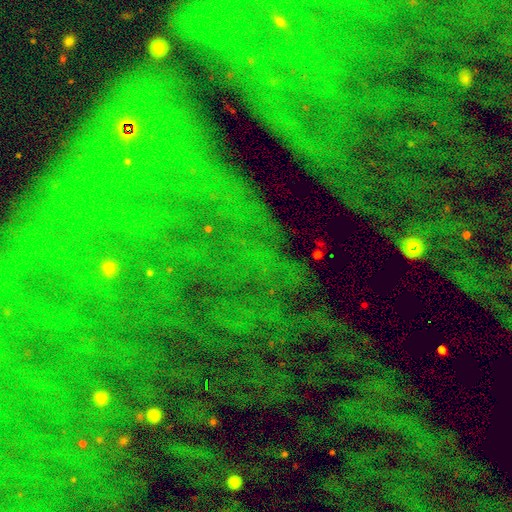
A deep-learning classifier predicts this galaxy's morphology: type=star or artifact (83%).